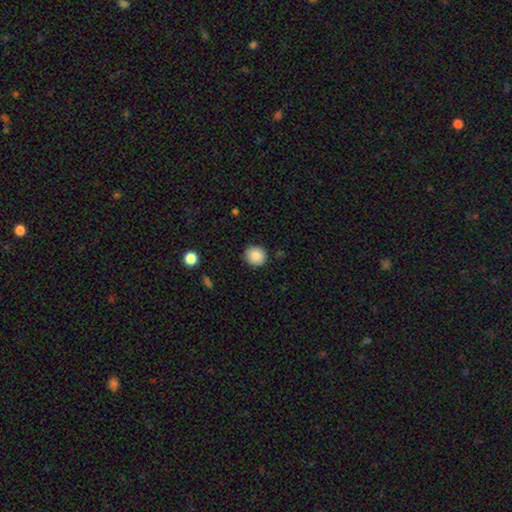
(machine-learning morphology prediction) Overall: smooth (88%). How rounded: round (89%). Merging: none (89%).